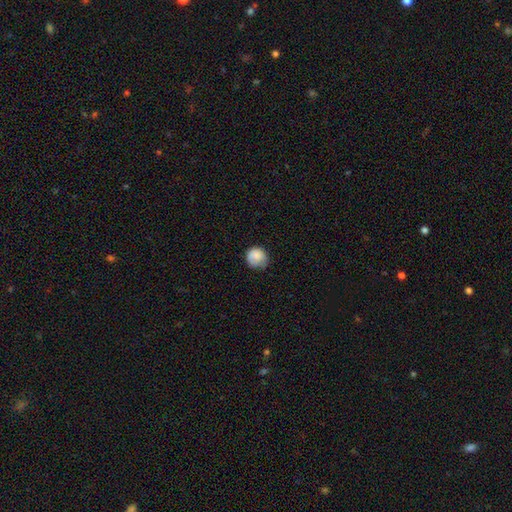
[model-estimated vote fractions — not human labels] The model was most divided on "merging": none: 64%, minor disturbance: 28%, major disturbance: 7%, merger: 1%. More confident: how rounded — round (88%); smooth or featured — smooth (83%).